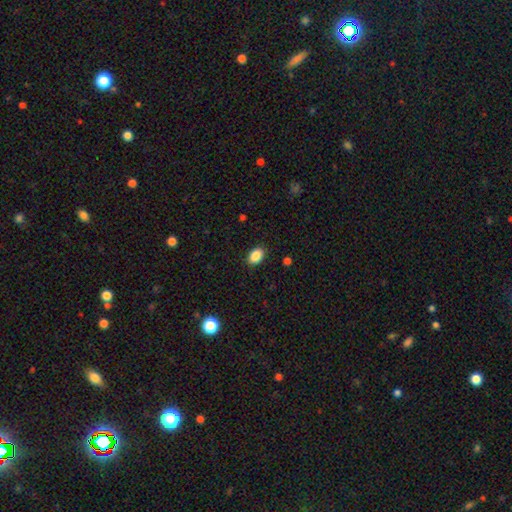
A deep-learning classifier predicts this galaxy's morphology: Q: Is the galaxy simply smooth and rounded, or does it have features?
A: smooth — 88%.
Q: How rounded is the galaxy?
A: in between — 84%.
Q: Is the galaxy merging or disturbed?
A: none — 88%.